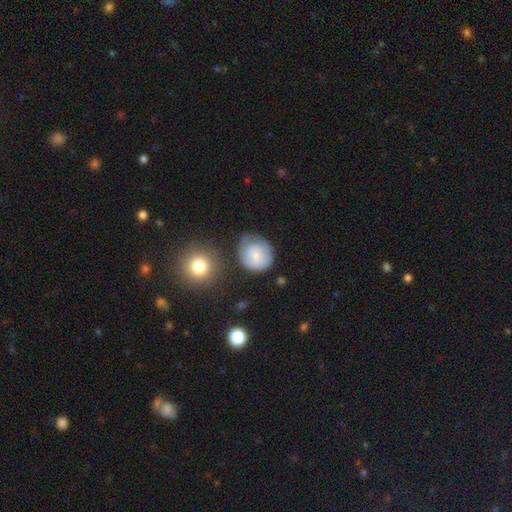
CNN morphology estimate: Overall: smooth (64%; featured or disk 29%). How rounded: round (76%). Merging: none (55%; minor disturbance 28%).